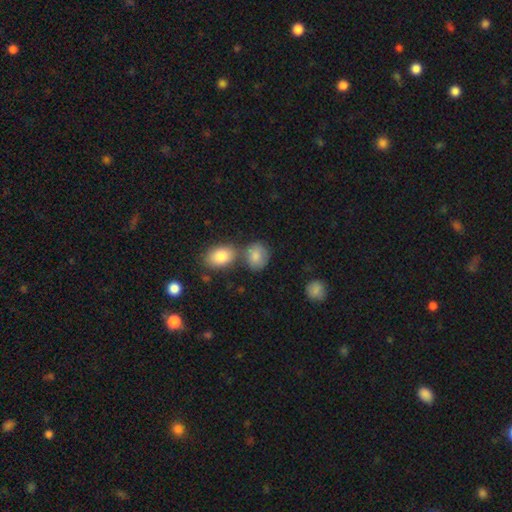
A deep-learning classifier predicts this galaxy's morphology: This is clearly a smooth galaxy (83%). How rounded: possibly round (50%). Merging: possibly none (54%).